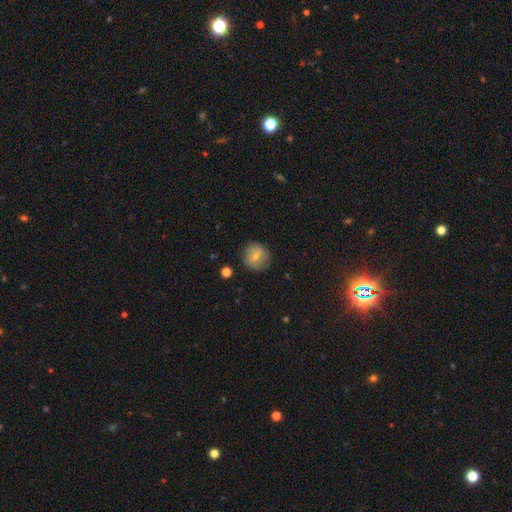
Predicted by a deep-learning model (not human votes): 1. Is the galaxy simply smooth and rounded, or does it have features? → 65% smooth, 26% featured or disk, 9% star or artifact.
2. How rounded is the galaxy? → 88% round, 11% in between, 1% cigar-shaped.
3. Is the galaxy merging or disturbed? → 81% none, 13% minor disturbance, 4% major disturbance, 2% merger.